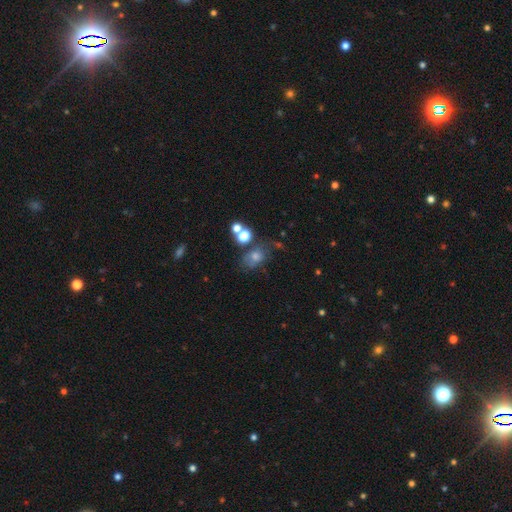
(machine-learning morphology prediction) Q: Smooth or featured?
A: smooth (57%); runner-up: featured or disk (22%)
Q: How rounded?
A: in between (59%); runner-up: round (39%)
Q: Merging?
A: none (43%); runner-up: minor disturbance (22%)